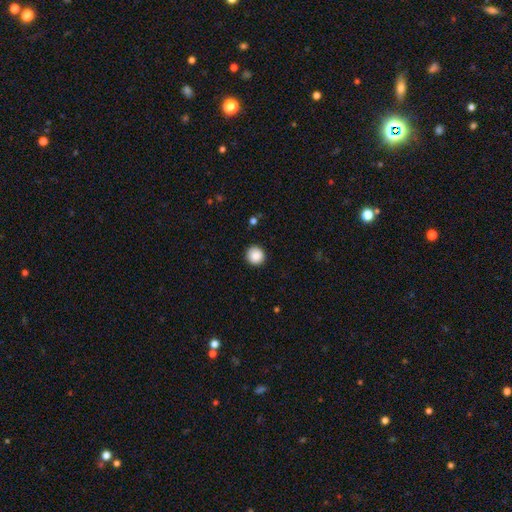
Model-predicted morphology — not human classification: Smooth or featured? smooth (88%)
How rounded? round (93%)
Merging? none (91%)